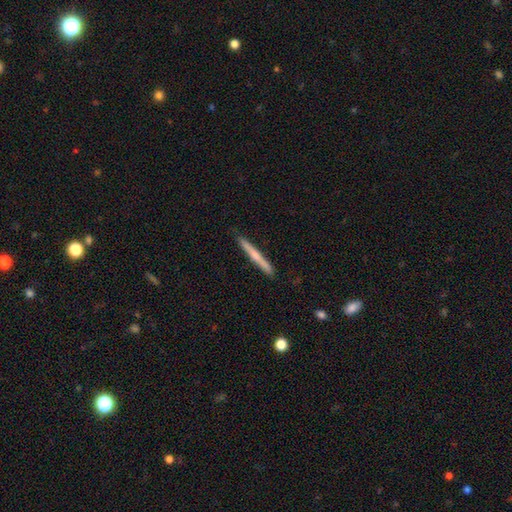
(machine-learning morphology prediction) smooth 50%, featured or disk 45%, star or artifact 6%. Down the decision tree: merging — none (90%).